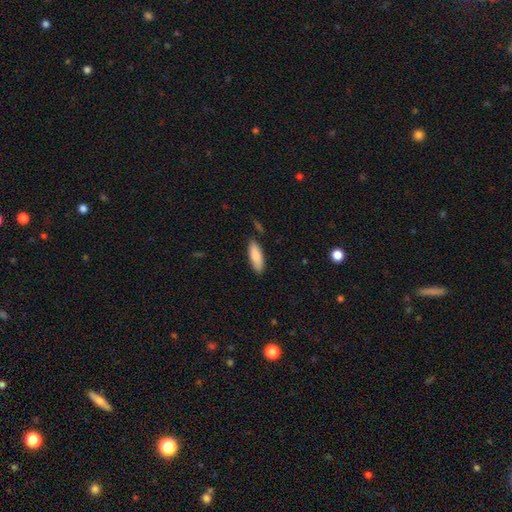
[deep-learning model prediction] Smooth or featured? Predicted: smooth (p=0.85). How rounded? Predicted: in between (p=0.61). Merging? Predicted: none (p=0.81).